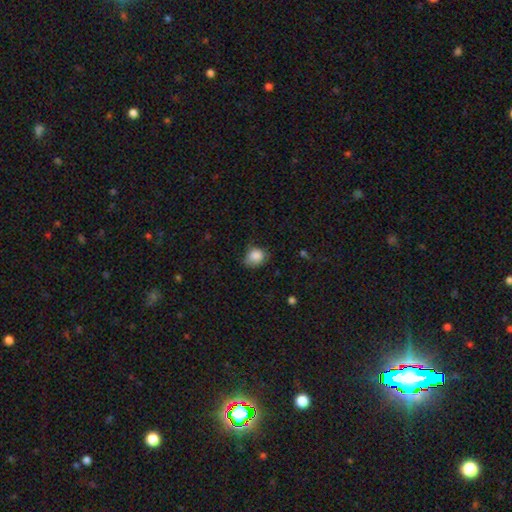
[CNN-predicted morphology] Smooth or featured? smooth (86%)
How rounded? round (58%)
Merging? none (55%)